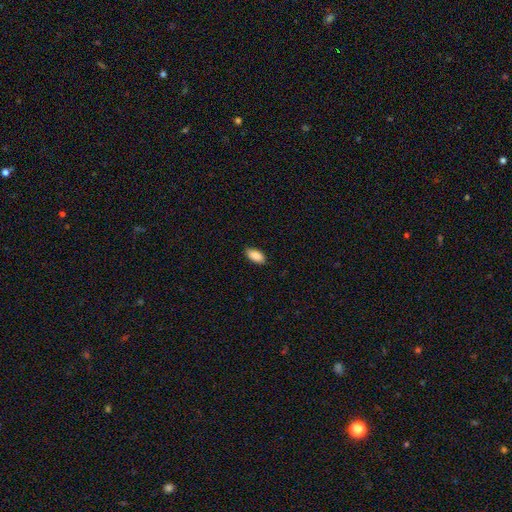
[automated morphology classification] smooth_or_featured: smooth (p=0.89) [alt: star or artifact p=0.07]
how_rounded: in between (p=0.93) [alt: cigar-shaped p=0.05]
merging: none (p=0.88) [alt: minor disturbance p=0.09]